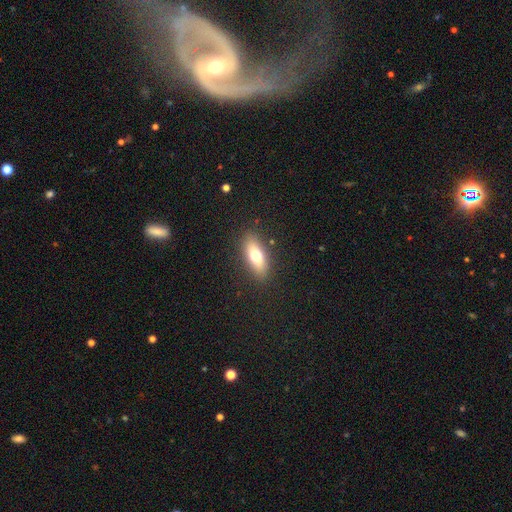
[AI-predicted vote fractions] Overall: smooth (68%). How rounded: in between (69%). Merging: none (86%).